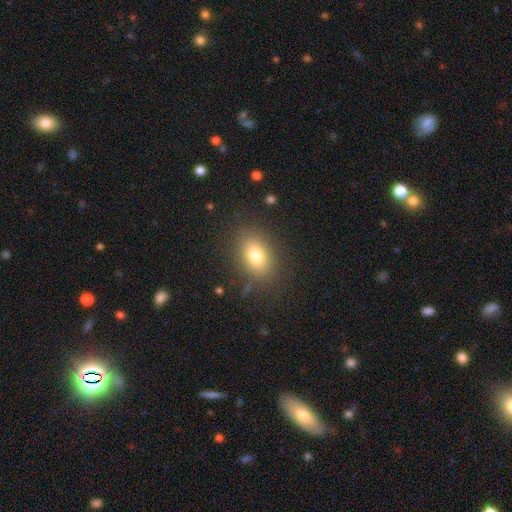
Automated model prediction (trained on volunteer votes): smooth-or-featured: smooth: 77% | featured or disk: 12% | star or artifact: 11%
  how-rounded: in between: 76% | round: 23% | cigar-shaped: 2%
  merging: none: 83% | minor disturbance: 11% | major disturbance: 5% | merger: 2%